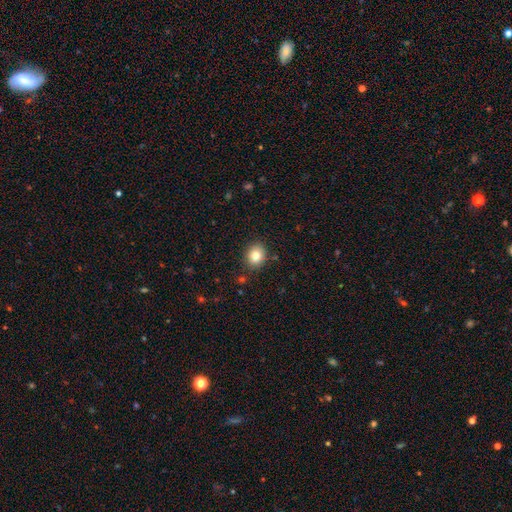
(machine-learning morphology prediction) Overall: smooth (83%). How rounded: round (66%; in between 33%). Merging: none (86%).